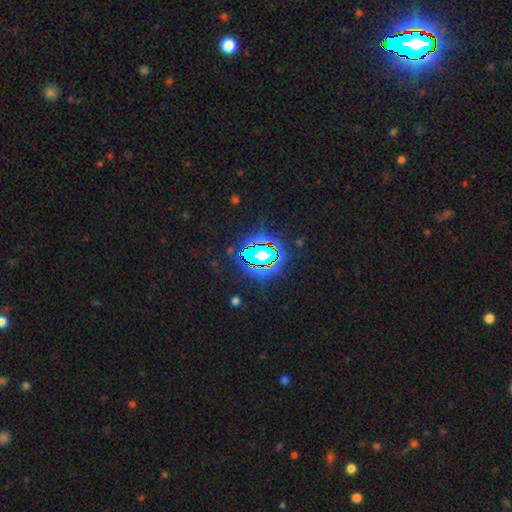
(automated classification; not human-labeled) This is likely a star or artifact rather than a galaxy (67%).